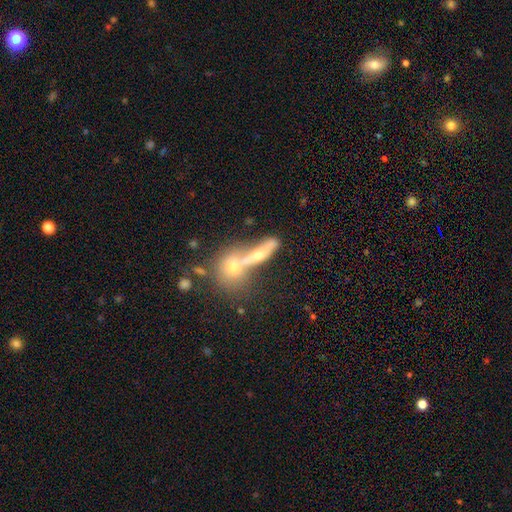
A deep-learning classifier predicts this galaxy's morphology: Overall: smooth (48%; featured or disk 40%). Merging: merger (57%; none 28%).